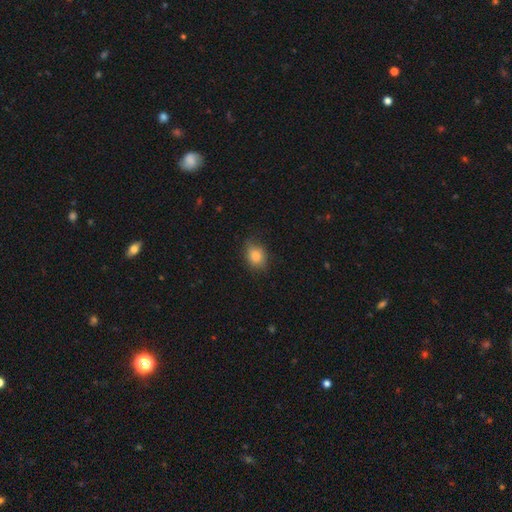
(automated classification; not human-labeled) Overall: smooth (82%). How rounded: in between (58%; round 41%). Merging: none (75%).